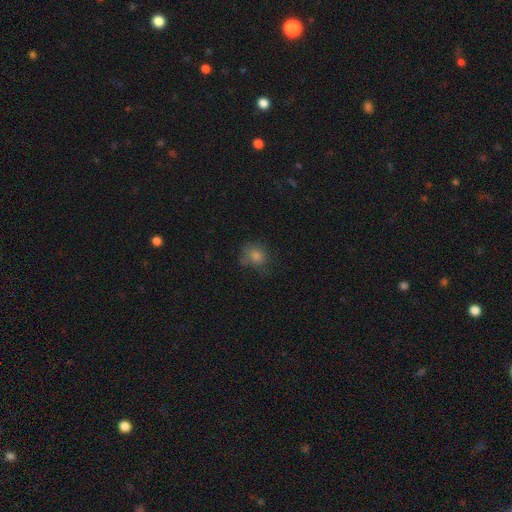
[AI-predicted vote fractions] Overall: smooth (72%). How rounded: round (75%). Merging: none (64%).